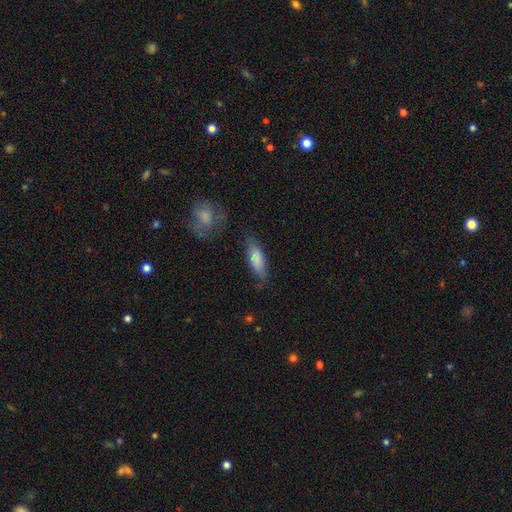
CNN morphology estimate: Smooth or featured? Predicted: smooth (p=0.76). How rounded? Predicted: in between (p=0.54). Merging? Predicted: none (p=0.67).